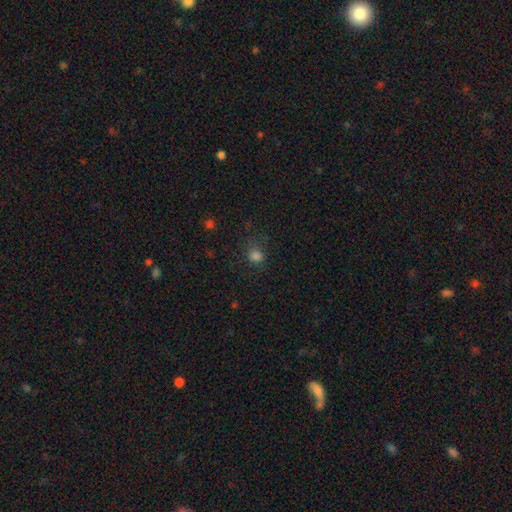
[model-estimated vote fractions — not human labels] smooth_or_featured: smooth (p=0.79) [alt: star or artifact p=0.16]
how_rounded: round (p=0.75) [alt: in between p=0.24]
merging: none (p=0.71) [alt: minor disturbance p=0.18]